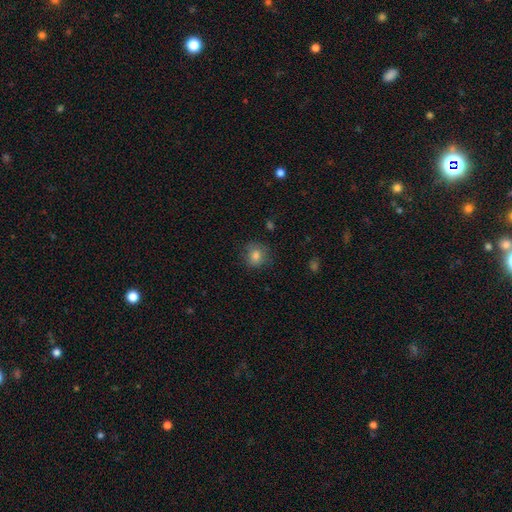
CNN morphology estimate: Overall: smooth (81%). How rounded: round (83%). Merging: none (78%).